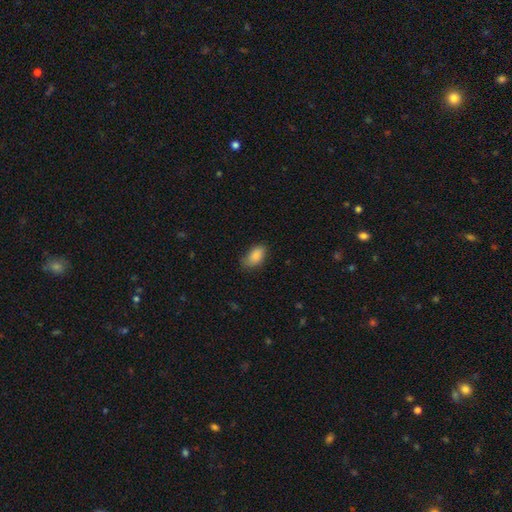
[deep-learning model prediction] smooth 87%, star or artifact 7%, featured or disk 6%. Down the decision tree: how rounded — in between (91%); merging — none (71%).